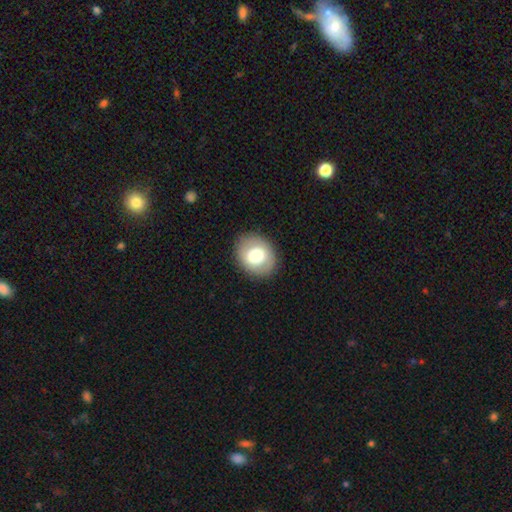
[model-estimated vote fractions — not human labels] Smooth or featured? smooth (73%)
How rounded? round (50%)
Merging? none (88%)